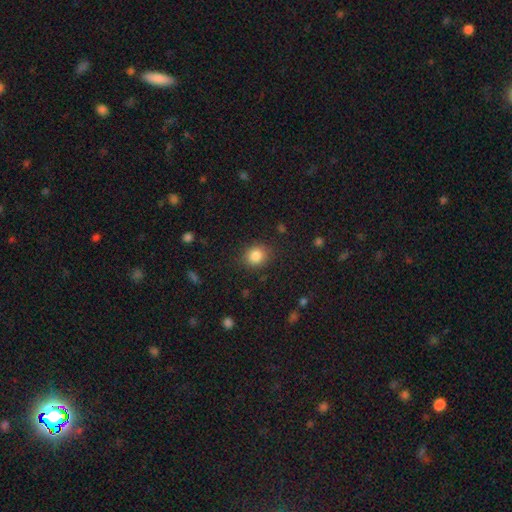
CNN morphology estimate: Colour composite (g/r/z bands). It shows a smooth galaxy with no disk features (85%) that is round (77%). Merging: none (85%).